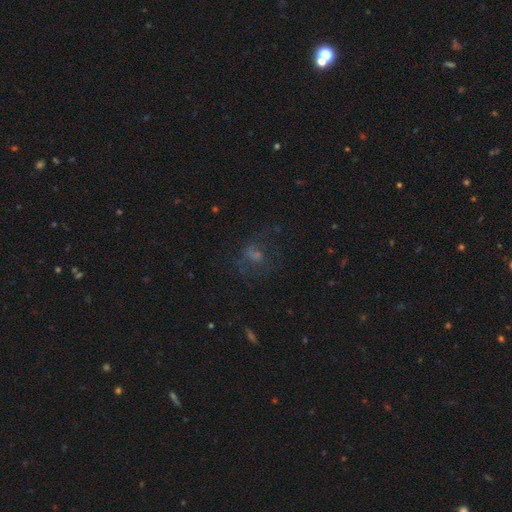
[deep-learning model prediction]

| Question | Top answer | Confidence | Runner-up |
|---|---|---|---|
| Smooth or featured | featured or disk | 35% | smooth (33%) |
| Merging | none | 56% | major disturbance (24%) |